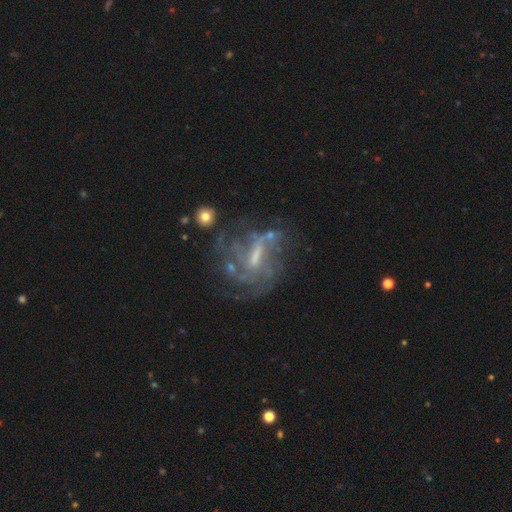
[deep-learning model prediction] Smooth or featured? featured or disk (78%)
Edge-on disk? no (94%)
Bar? weak (46%)
Spiral arms? yes (71%)
Spiral winding? medium (40%)
Spiral arm count? can't tell (49%)
Bulge size? small (36%)
Merging? none (50%)